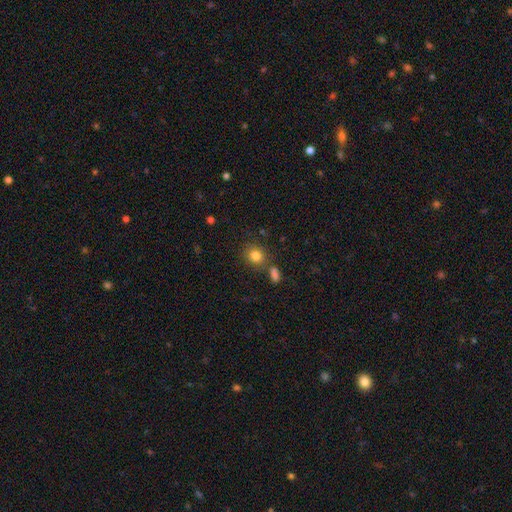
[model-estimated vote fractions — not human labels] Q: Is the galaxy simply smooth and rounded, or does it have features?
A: smooth — 83%.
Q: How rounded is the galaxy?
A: round — 79%.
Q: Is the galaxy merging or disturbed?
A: none — 75%.